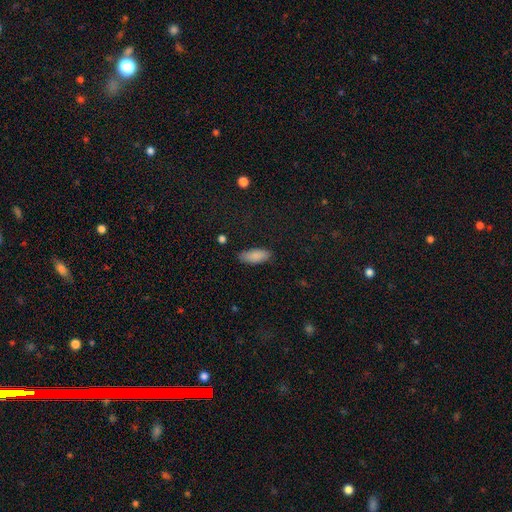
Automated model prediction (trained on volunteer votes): Morphology: type=smooth (88%); roundness=in between (78%); merging=none (82%).